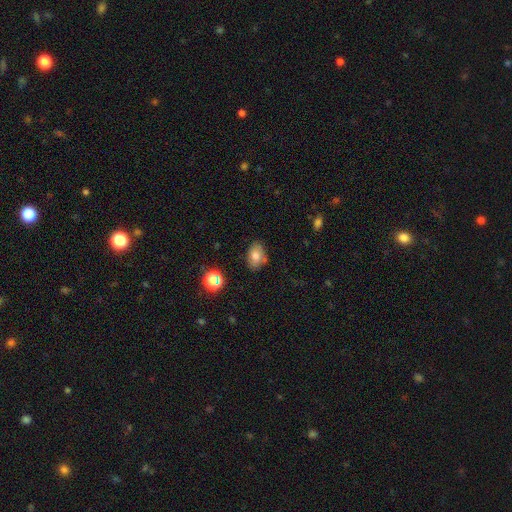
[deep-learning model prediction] Q: Smooth or featured?
A: smooth (77%); runner-up: featured or disk (12%)
Q: How rounded?
A: in between (77%); runner-up: round (22%)
Q: Merging?
A: none (76%); runner-up: minor disturbance (16%)